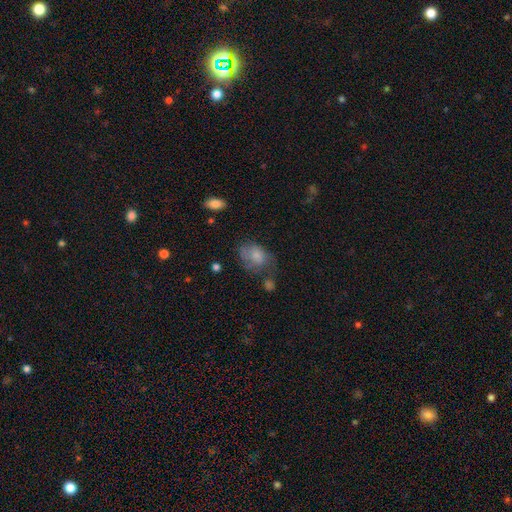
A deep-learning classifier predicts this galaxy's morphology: smooth_or_featured: smooth (p=0.72) [alt: featured or disk p=0.19]
how_rounded: in between (p=0.70) [alt: round p=0.29]
merging: none (p=0.38) [alt: minor disturbance p=0.31]